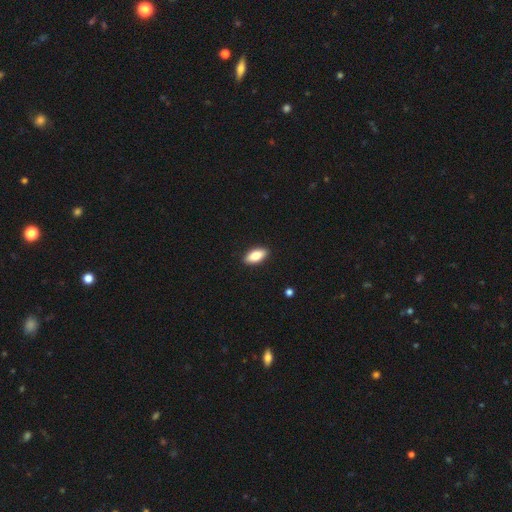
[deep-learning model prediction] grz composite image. It shows a smooth galaxy with no disk features (81%) that is in between round and cigar-shaped (87%). Merging: none (90%).